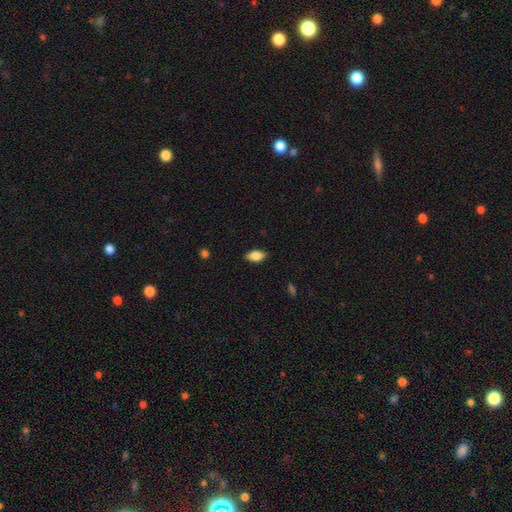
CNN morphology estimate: A smooth galaxy with no disk features (84%) that is in between round and cigar-shaped (91%). Merging: none (85%).